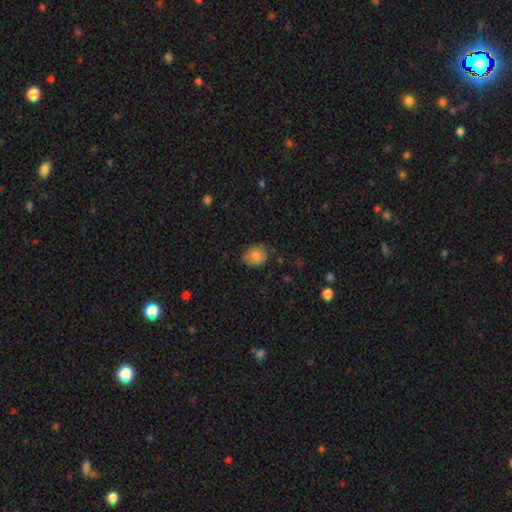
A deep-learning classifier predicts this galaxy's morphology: A smooth galaxy with no disk features (81%) that is round (59%). Merging: none (76%).